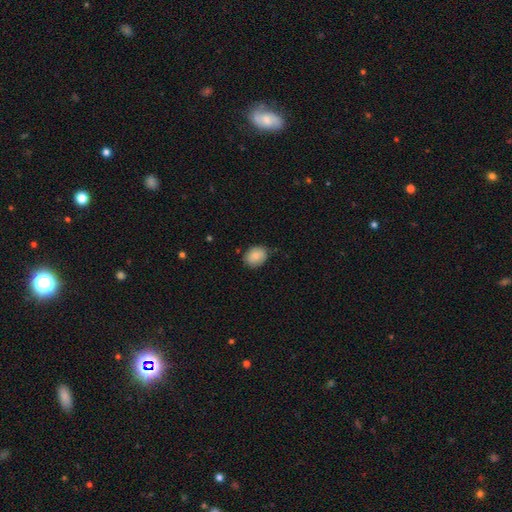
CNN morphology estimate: smooth_or_featured: smooth (p=0.88) [alt: star or artifact p=0.07]
how_rounded: in between (p=0.55) [alt: round p=0.44]
merging: none (p=0.79) [alt: minor disturbance p=0.17]